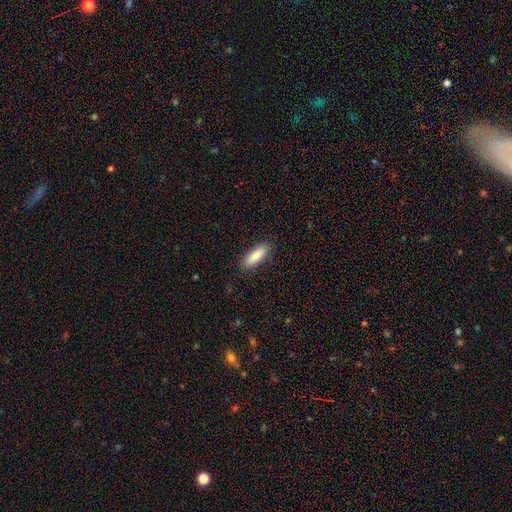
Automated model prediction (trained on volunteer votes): Overall: smooth (85%). How rounded: in between (59%; cigar-shaped 40%). Merging: none (87%).